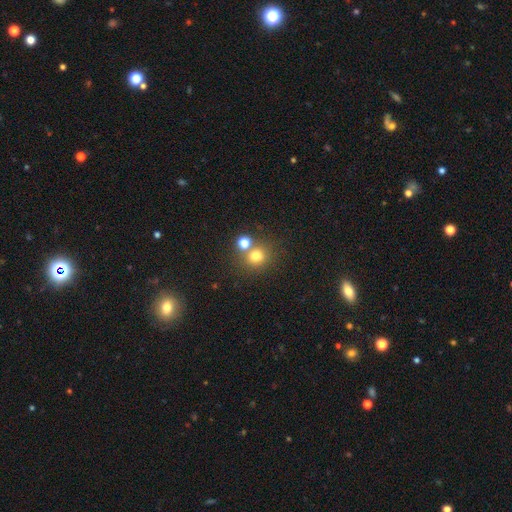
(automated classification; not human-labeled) smooth-or-featured: smooth: 74% | star or artifact: 17% | featured or disk: 9%
  how-rounded: round: 86% | in between: 13% | cigar-shaped: 1%
  merging: none: 64% | merger: 24% | minor disturbance: 8% | major disturbance: 4%